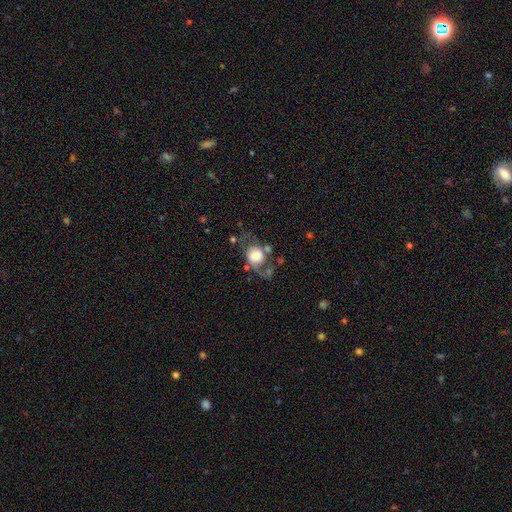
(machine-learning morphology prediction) The model was most divided on "smooth or featured": smooth: 51%, featured or disk: 41%, star or artifact: 8%. Remaining: how rounded — round (64%); merging — none (44%).